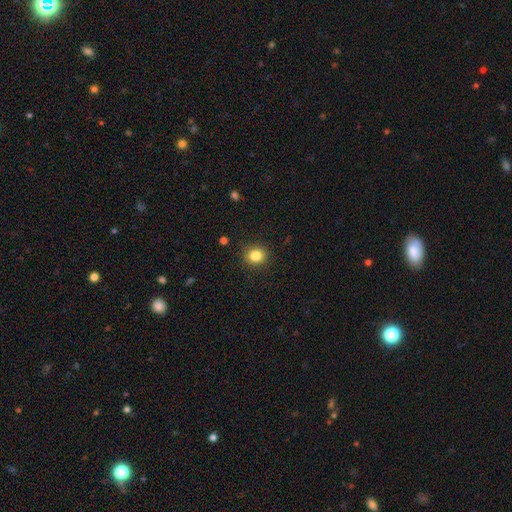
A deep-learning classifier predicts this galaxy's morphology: Overall: smooth (84%). How rounded: round (78%). Merging: none (90%).